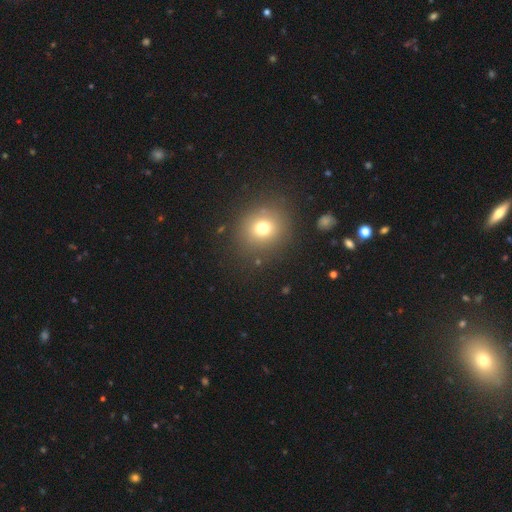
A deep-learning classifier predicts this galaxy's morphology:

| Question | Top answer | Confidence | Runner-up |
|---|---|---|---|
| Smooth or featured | smooth | 65% | star or artifact (26%) |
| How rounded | round | 84% | in between (15%) |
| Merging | none | 89% | minor disturbance (7%) |